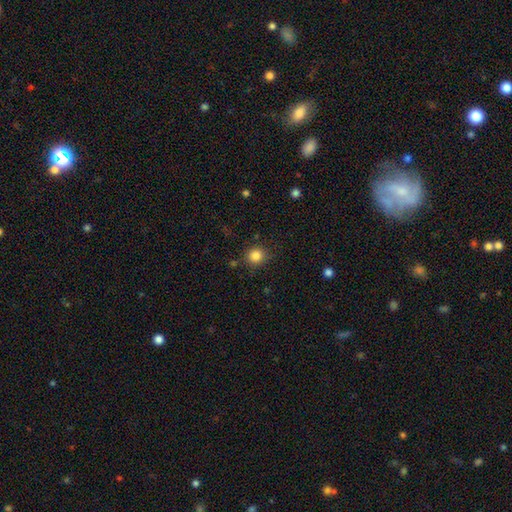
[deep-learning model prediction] Overall: smooth (85%). How rounded: round (87%). Merging: none (83%).